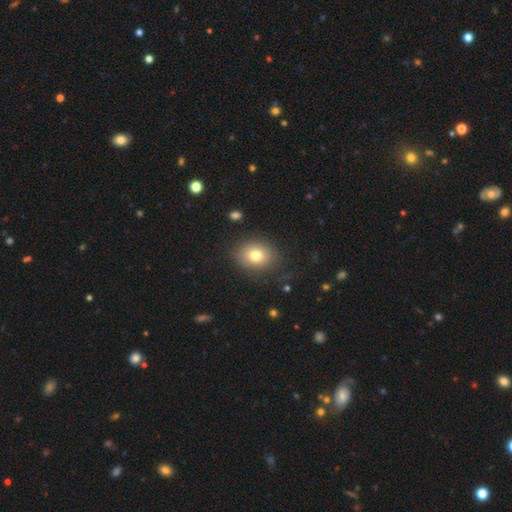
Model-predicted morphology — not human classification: A smooth galaxy with no disk features (77%) that is round (56%).

Vote fractions:
- Smooth or featured? smooth: 77% / featured or disk: 12% / star or artifact: 11%
- How rounded? round: 56% / in between: 44% / cigar-shaped: 1%
- Merging? none: 83% / minor disturbance: 11% / major disturbance: 5% / merger: 1%